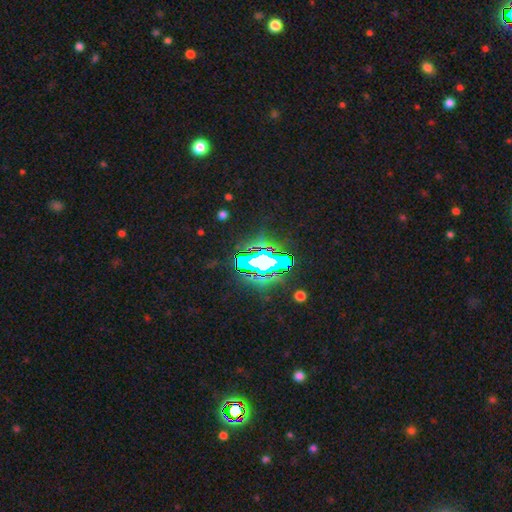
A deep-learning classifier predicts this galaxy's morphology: Overall: star or artifact (82%).